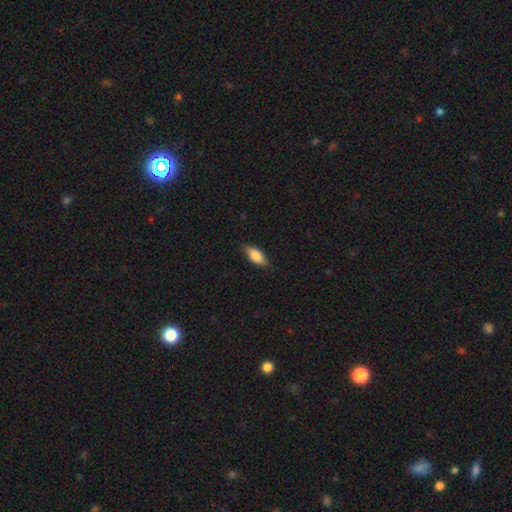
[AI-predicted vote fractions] smooth 81%, featured or disk 13%, star or artifact 7%. Down the decision tree: how rounded — in between (81%); merging — none (84%).